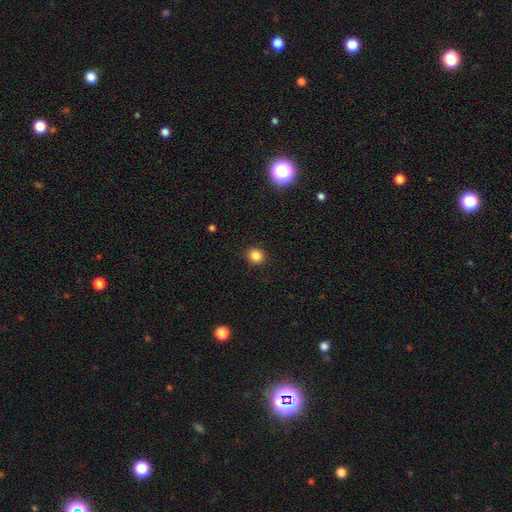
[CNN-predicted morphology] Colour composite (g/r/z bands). It shows a smooth galaxy with no disk features (85%) that is round (88%). Merging: none (92%).